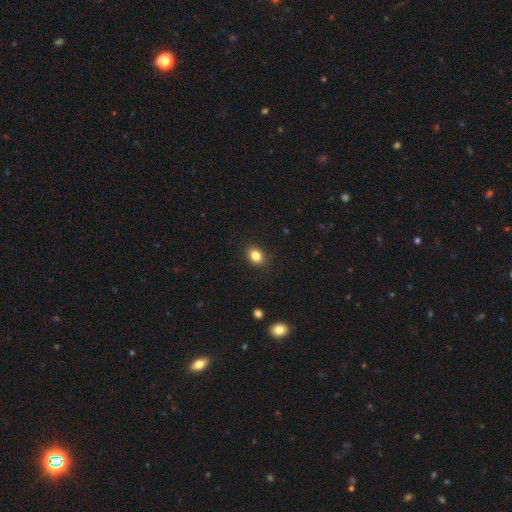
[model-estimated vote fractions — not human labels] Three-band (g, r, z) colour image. It shows a smooth galaxy with no disk features (84%) that is in between round and cigar-shaped (52%). Merging: none (87%).